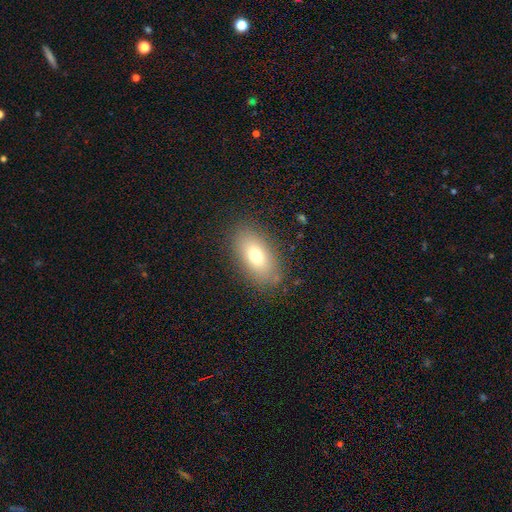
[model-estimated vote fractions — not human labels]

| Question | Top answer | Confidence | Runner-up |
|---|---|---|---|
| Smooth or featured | smooth | 73% | featured or disk (17%) |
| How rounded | in between | 89% | round (6%) |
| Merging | none | 85% | minor disturbance (10%) |